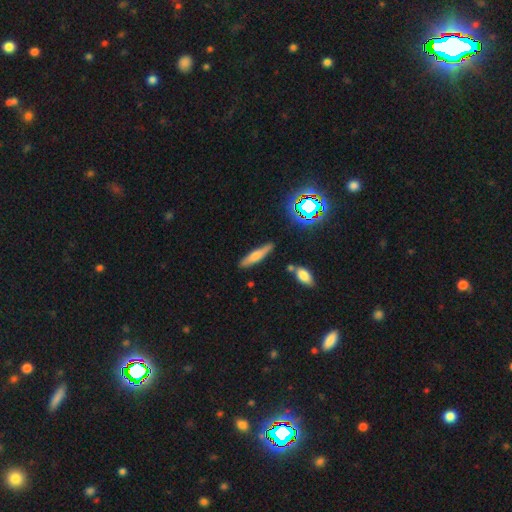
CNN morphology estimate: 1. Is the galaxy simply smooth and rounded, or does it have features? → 56% smooth, 32% featured or disk, 12% star or artifact.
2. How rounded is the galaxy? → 79% cigar-shaped, 18% in between, 3% round.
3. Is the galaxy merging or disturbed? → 82% none, 11% minor disturbance, 4% merger, 3% major disturbance.